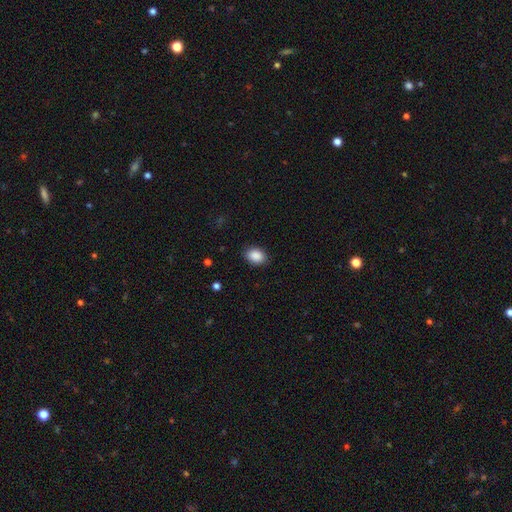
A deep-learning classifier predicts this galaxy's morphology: Smooth or featured? Predicted: smooth (p=0.89). How rounded? Predicted: in between (p=0.75). Merging? Predicted: none (p=0.87).